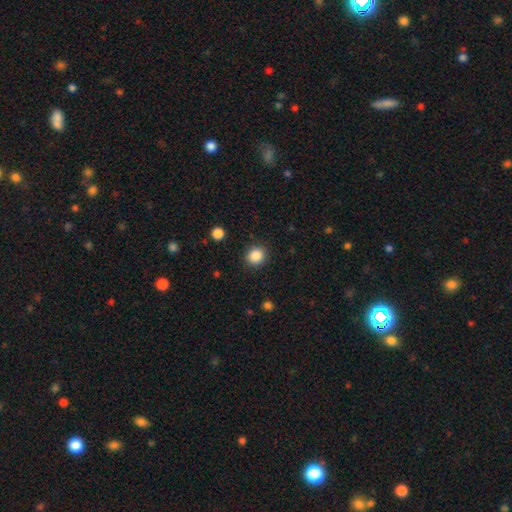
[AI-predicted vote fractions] Overall: smooth (87%). How rounded: round (85%). Merging: none (89%).